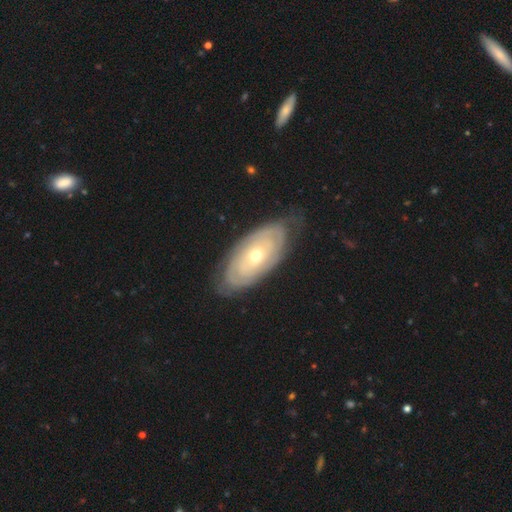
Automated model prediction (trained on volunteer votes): This appears to be a featured or disk galaxy (73%) with no bar (83%), spiral arms (74%) and a moderate central bulge (49%). Merging: none (76%).